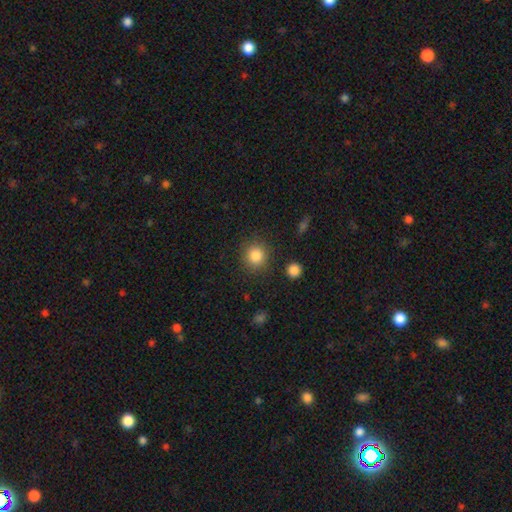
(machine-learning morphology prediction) A smooth galaxy with no disk features (85%) that is round (89%).

Vote fractions:
- Smooth or featured? smooth: 85% / star or artifact: 10% / featured or disk: 5%
- How rounded? round: 89% / in between: 10% / cigar-shaped: 1%
- Merging? none: 87% / minor disturbance: 8% / major disturbance: 3% / merger: 3%